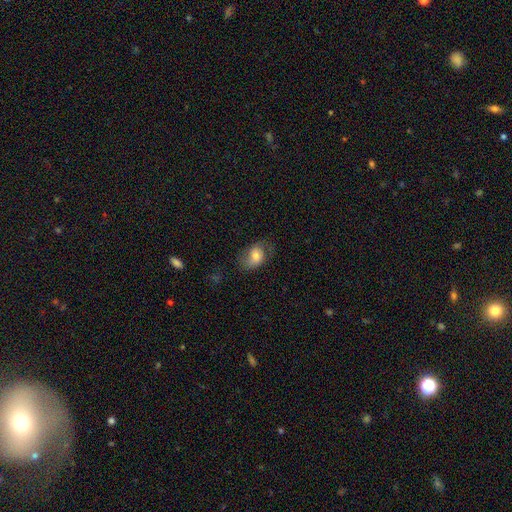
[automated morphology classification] This appears to be a smooth galaxy with no disk features (63%) that is in between round and cigar-shaped (74%). Merging: none (59%).